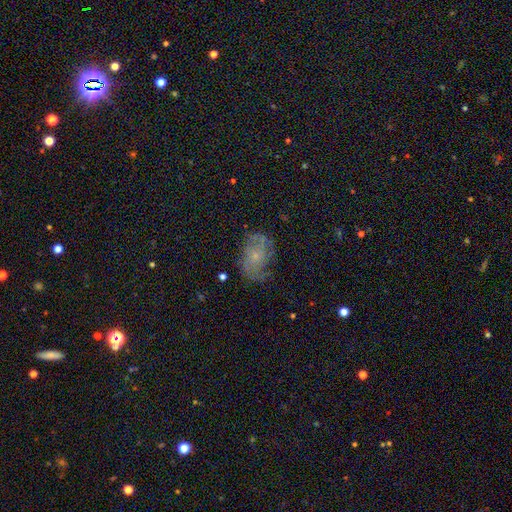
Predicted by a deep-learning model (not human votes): Overall: featured or disk (63%; smooth 25%). Edge-on disk: no (97%). Bar: no (78%). Spiral arms: yes (84%). Spiral arm count: 2 (43%; can't tell 32%). Spiral winding: medium (42%; tight 33%). Bulge size: small (73%). Merging: none (63%).